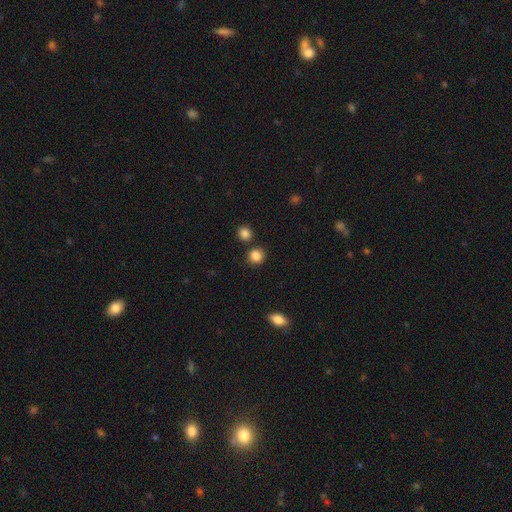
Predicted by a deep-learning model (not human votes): smooth 86%, star or artifact 11%, featured or disk 4%. Down the decision tree: how rounded — round (86%); merging — none (81%).